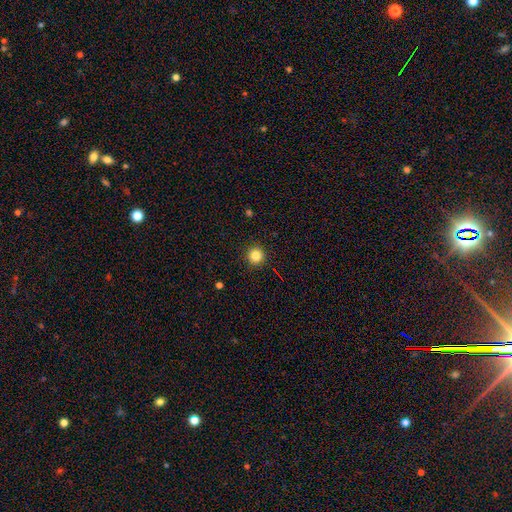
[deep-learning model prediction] This appears to be a smooth galaxy with no disk features (84%) that is round (95%). Merging: none (92%).